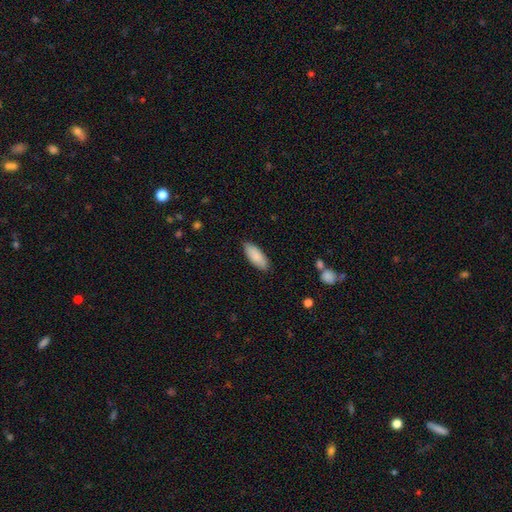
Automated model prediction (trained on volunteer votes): The model was most divided on "how rounded": in between: 78%, cigar-shaped: 21%, round: 2%. More confident: smooth or featured — smooth (88%); merging — none (87%).